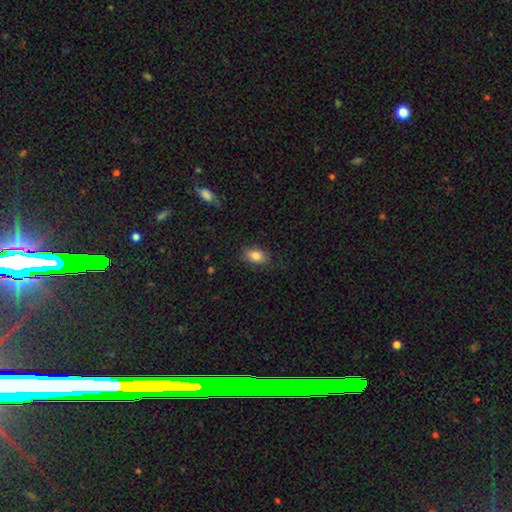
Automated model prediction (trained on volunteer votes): This is clearly a smooth galaxy (84%). How rounded: clearly in between (87%). Merging: clearly none (83%).